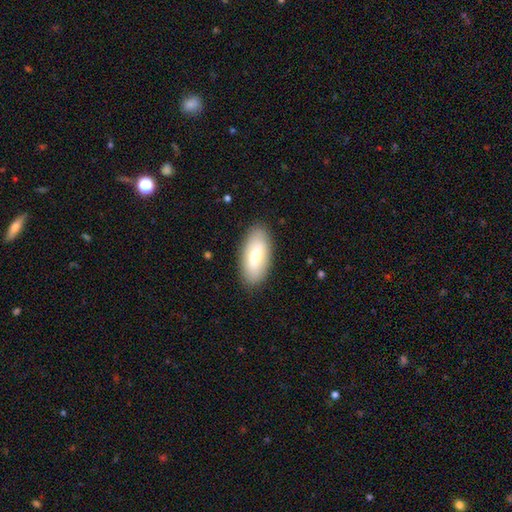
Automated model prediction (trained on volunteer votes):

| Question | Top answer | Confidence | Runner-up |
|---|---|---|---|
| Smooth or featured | smooth | 67% | featured or disk (26%) |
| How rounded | in between | 88% | cigar-shaped (9%) |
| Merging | none | 87% | minor disturbance (9%) |